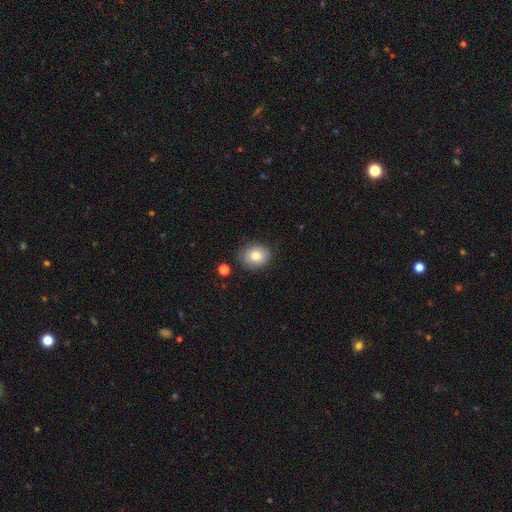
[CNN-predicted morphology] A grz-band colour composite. It shows a smooth galaxy with no disk features (80%) that is round (61%). Merging: none (80%).